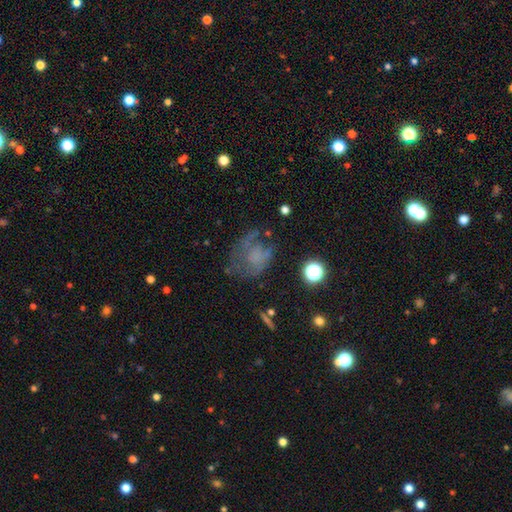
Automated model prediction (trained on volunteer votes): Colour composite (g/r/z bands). It shows a featured or disk galaxy (48%). Merging: none (45%).